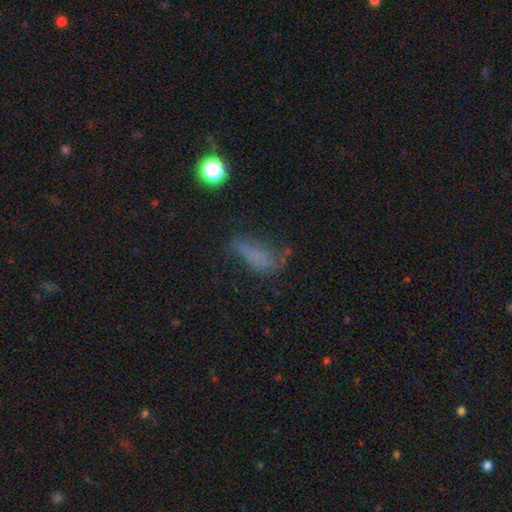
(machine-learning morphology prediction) smooth_or_featured: smooth (p=0.58) [alt: featured or disk p=0.22]
how_rounded: in between (p=0.56) [alt: cigar-shaped p=0.37]
merging: none (p=0.40) [alt: major disturbance p=0.27]